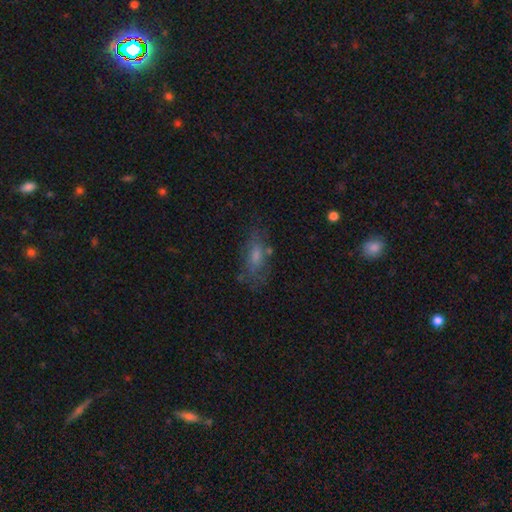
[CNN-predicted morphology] Smooth or featured: smooth — 52% (featured or disk — 34%)
How rounded: in between — 69% (cigar-shaped — 25%)
Merging: none — 64% (minor disturbance — 21%)